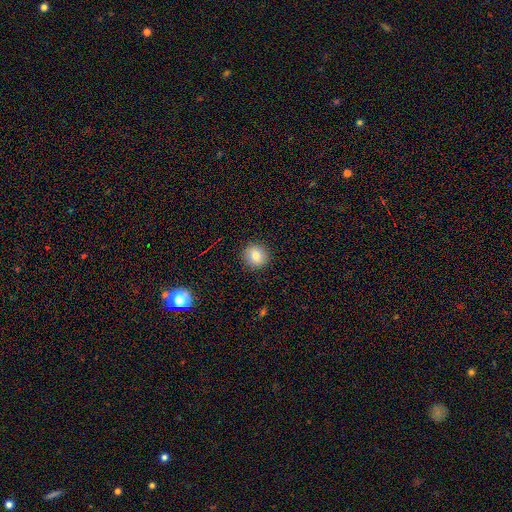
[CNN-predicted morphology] smooth_or_featured: smooth (p=0.83) [alt: star or artifact p=0.10]
how_rounded: round (p=0.90) [alt: in between p=0.09]
merging: none (p=0.91) [alt: minor disturbance p=0.06]